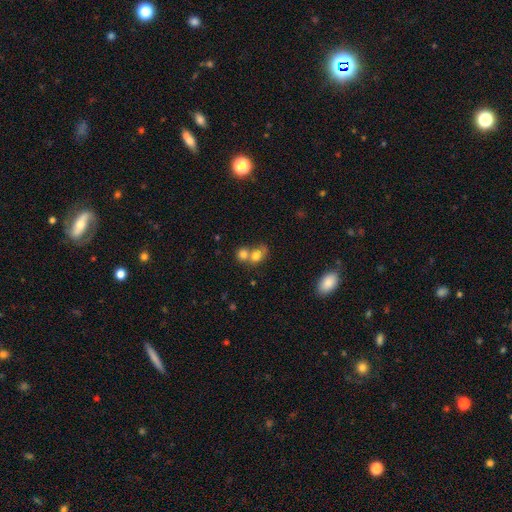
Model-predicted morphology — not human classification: Overall: smooth (76%). How rounded: round (57%; in between 41%). Merging: merger (58%; none 29%).